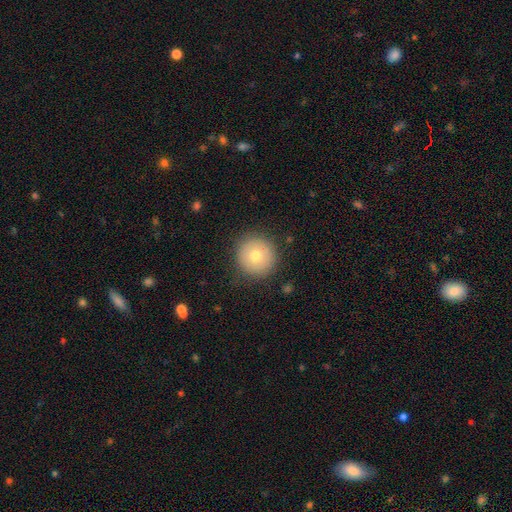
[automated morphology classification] Q: Smooth or featured?
A: smooth (72%); runner-up: featured or disk (17%)
Q: How rounded?
A: round (95%); runner-up: in between (4%)
Q: Merging?
A: none (89%); runner-up: minor disturbance (8%)